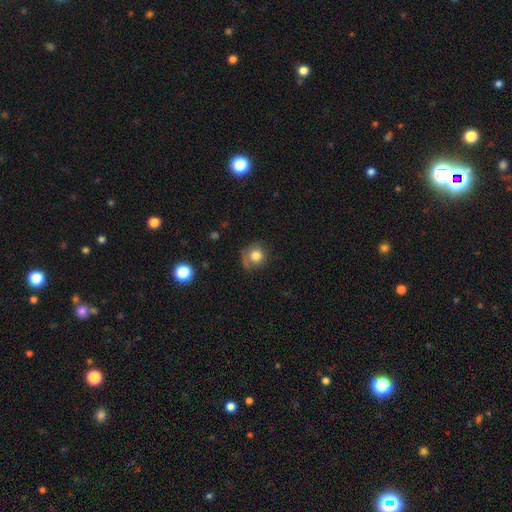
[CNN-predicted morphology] Overall: smooth (78%). How rounded: round (84%). Merging: none (59%; minor disturbance 27%).